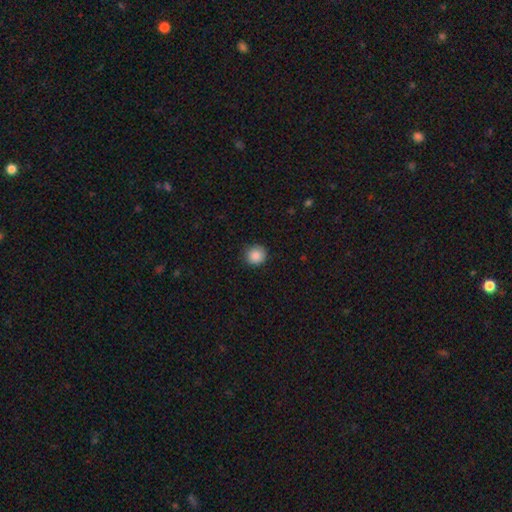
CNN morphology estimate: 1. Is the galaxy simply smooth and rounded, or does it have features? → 87% smooth, 9% star or artifact, 3% featured or disk.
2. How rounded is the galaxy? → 92% round, 8% in between, 1% cigar-shaped.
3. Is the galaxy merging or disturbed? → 87% none, 10% minor disturbance, 2% major disturbance, 1% merger.